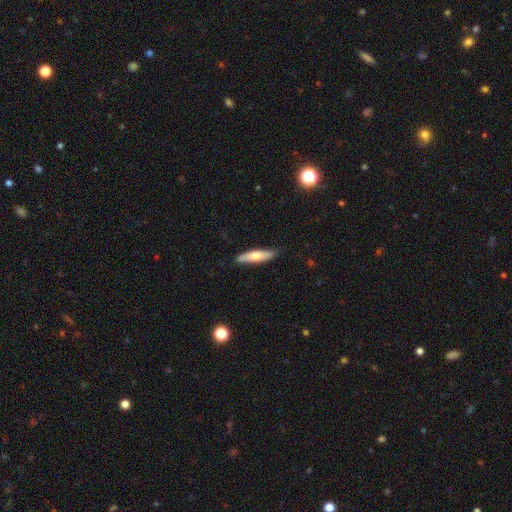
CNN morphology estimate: Smooth or featured: smooth — 63% (featured or disk — 32%)
How rounded: cigar-shaped — 76% (in between — 22%)
Merging: none — 85% (minor disturbance — 12%)